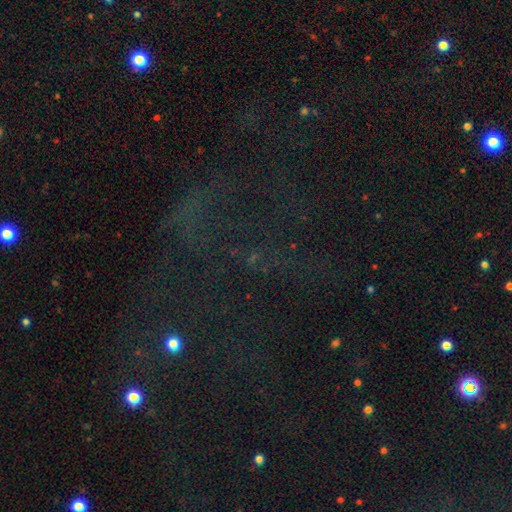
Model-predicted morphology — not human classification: star or artifact 70%, smooth 15%, featured or disk 15%.